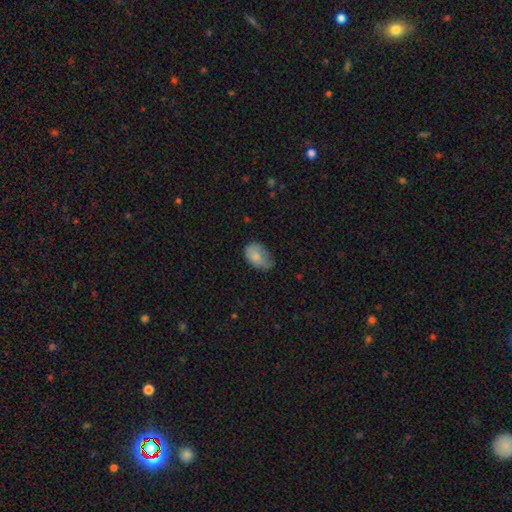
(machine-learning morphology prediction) Smooth or featured? smooth (82%)
How rounded? in between (86%)
Merging? none (49%)